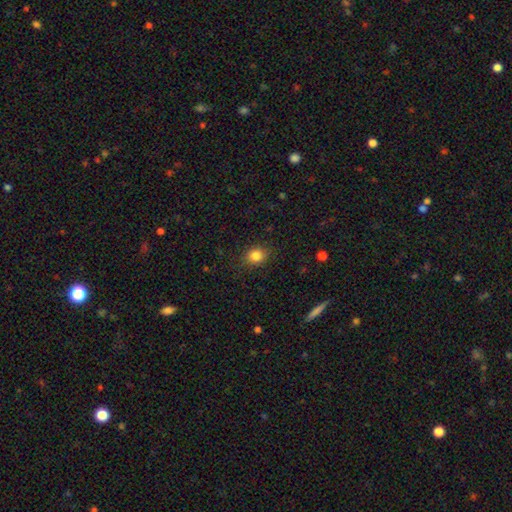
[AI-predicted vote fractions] Smooth or featured: smooth — 83% (star or artifact — 11%)
How rounded: round — 59% (in between — 40%)
Merging: none — 84% (minor disturbance — 11%)